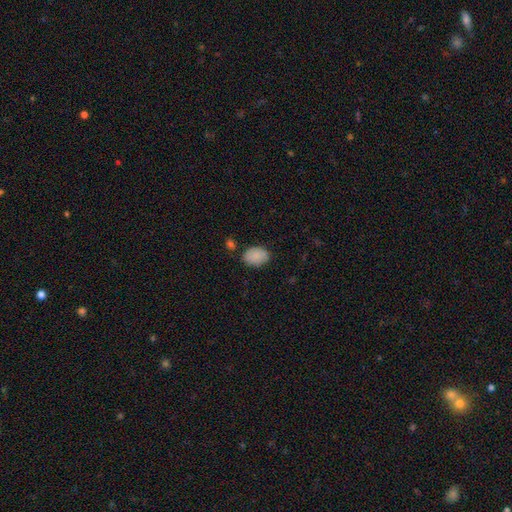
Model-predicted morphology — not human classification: type=smooth (88%); roundness=in between (82%); merging=none (79%).